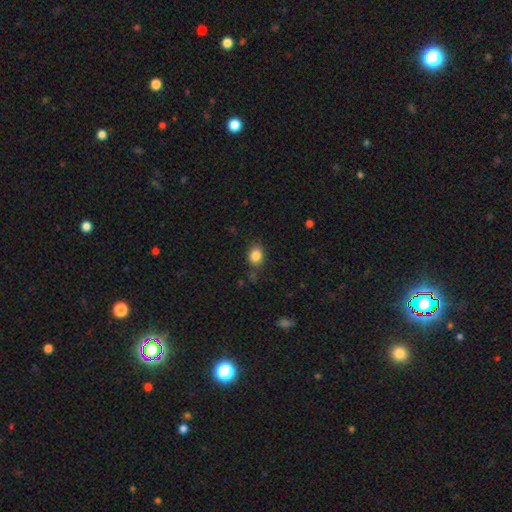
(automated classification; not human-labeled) smooth_or_featured: smooth (p=0.85) [alt: star or artifact p=0.10]
how_rounded: in between (p=0.54) [alt: round p=0.45]
merging: none (p=0.79) [alt: minor disturbance p=0.15]